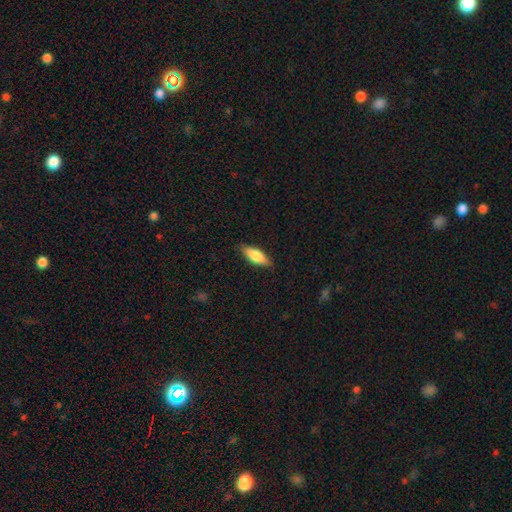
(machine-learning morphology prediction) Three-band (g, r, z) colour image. It shows a smooth galaxy with no disk features (73%) that is in between round and cigar-shaped (65%). Merging: none (86%).